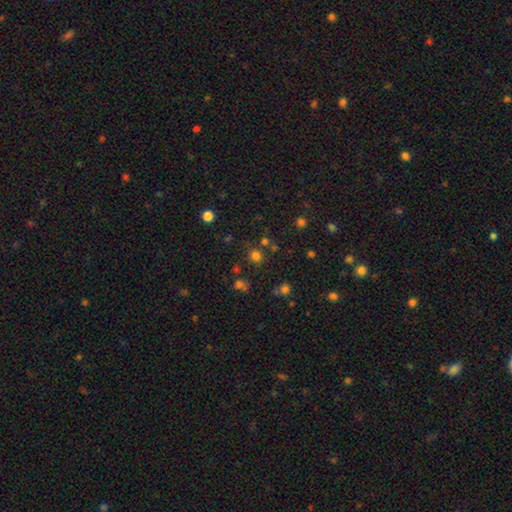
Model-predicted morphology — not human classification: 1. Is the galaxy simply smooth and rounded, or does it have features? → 72% smooth, 22% star or artifact, 6% featured or disk.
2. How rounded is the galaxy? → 79% round, 20% in between, 1% cigar-shaped.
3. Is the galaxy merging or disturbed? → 79% none, 10% minor disturbance, 8% merger, 4% major disturbance.